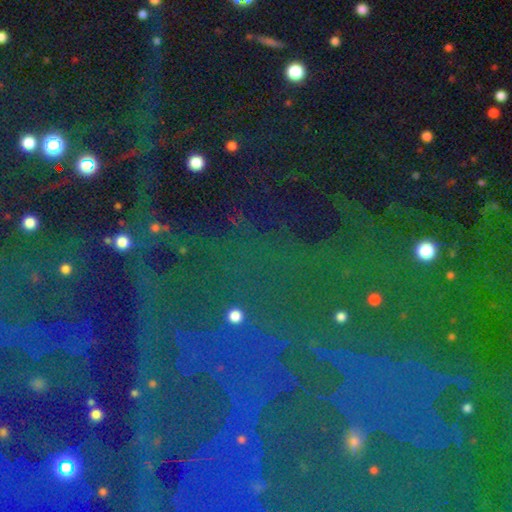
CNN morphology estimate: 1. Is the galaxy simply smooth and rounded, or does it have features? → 83% star or artifact, 9% smooth, 9% featured or disk.